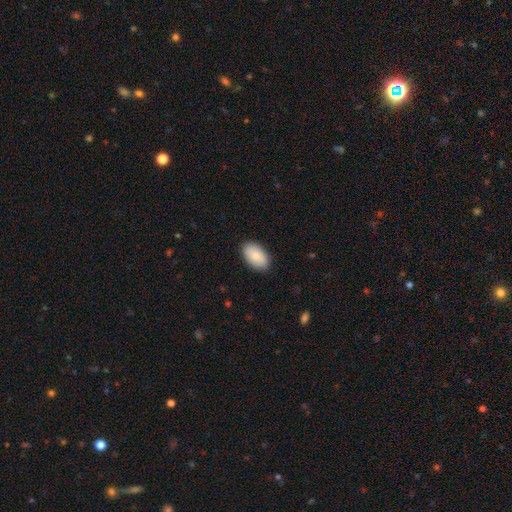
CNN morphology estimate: A smooth galaxy with no disk features (85%) that is in between round and cigar-shaped (94%).

Vote fractions:
- Smooth or featured? smooth: 85% / featured or disk: 9% / star or artifact: 6%
- How rounded? in between: 94% / round: 4% / cigar-shaped: 1%
- Merging? none: 88% / minor disturbance: 9% / major disturbance: 2% / merger: 1%